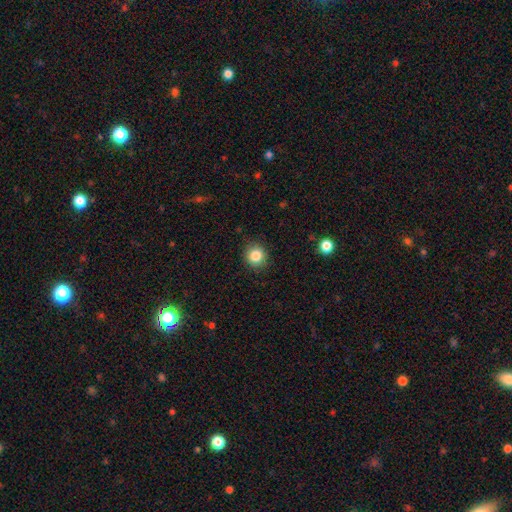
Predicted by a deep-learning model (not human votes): Smooth or featured: smooth — 85% (star or artifact — 10%)
How rounded: round — 89% (in between — 10%)
Merging: none — 89% (minor disturbance — 8%)